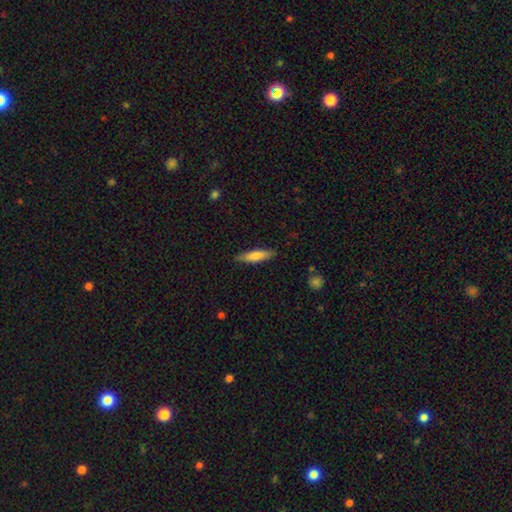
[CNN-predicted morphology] Smooth or featured: smooth — 74% (featured or disk — 21%)
How rounded: cigar-shaped — 74% (in between — 25%)
Merging: none — 86% (minor disturbance — 11%)